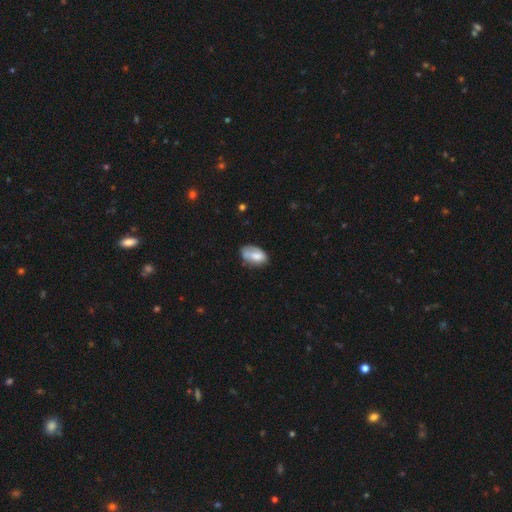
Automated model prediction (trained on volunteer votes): This is likely a smooth galaxy (67%). How rounded: clearly in between (92%). Merging: possibly none (49%).